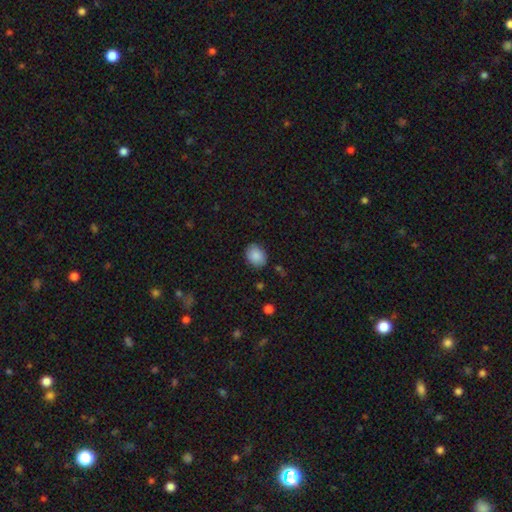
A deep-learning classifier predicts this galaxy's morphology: Smooth or featured?
  - smooth: 88% *
  - star or artifact: 7%
  - featured or disk: 5%
How rounded?
  - in between: 60% *
  - round: 39%
  - cigar-shaped: 1%
Merging?
  - none: 84% *
  - minor disturbance: 12%
  - major disturbance: 3%
  - merger: 1%